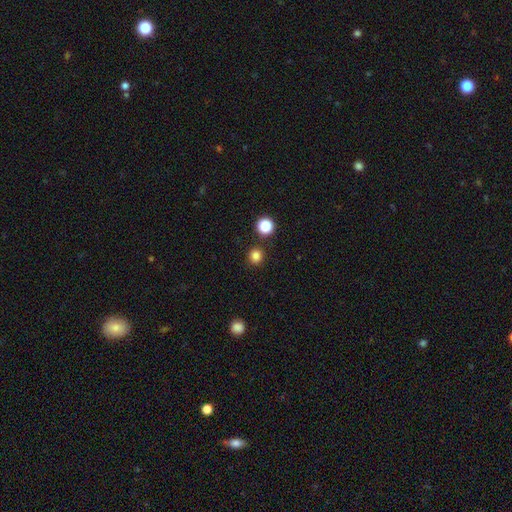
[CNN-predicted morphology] Overall: smooth (82%). How rounded: round (91%). Merging: none (89%).